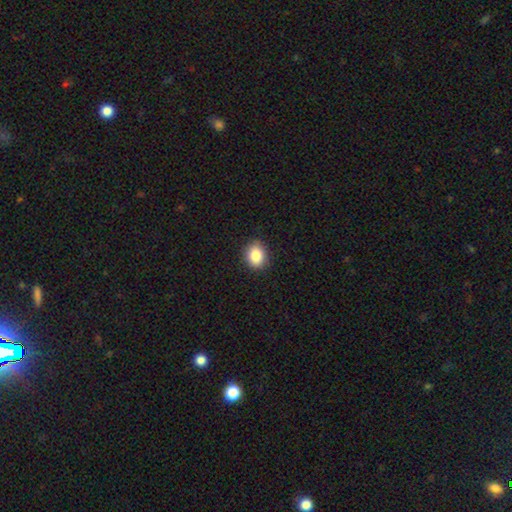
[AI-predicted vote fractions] Q: Smooth or featured?
A: smooth (85%); runner-up: star or artifact (9%)
Q: How rounded?
A: round (53%); runner-up: in between (46%)
Q: Merging?
A: none (89%); runner-up: minor disturbance (8%)